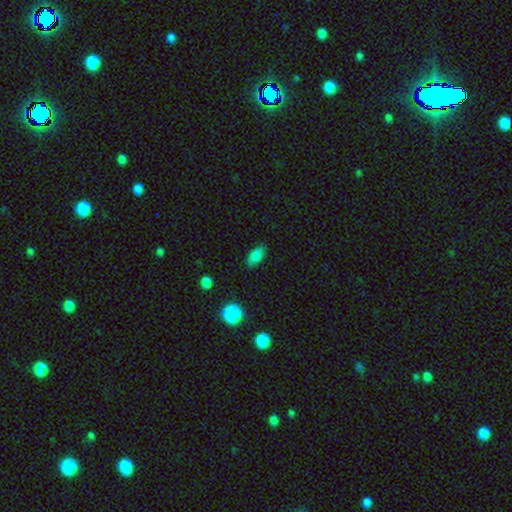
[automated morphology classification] type=smooth (82%); roundness=in between (87%); merging=none (84%).